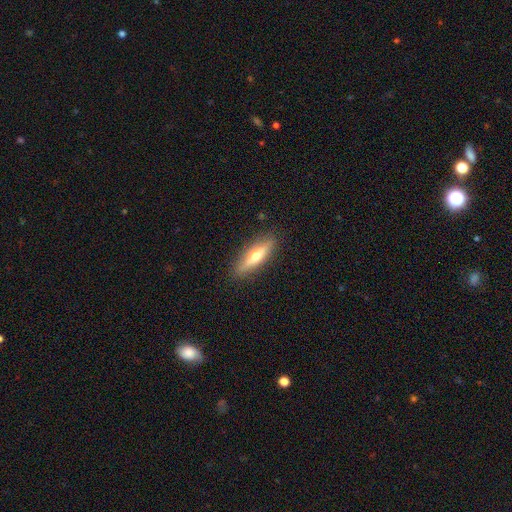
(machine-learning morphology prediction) The model was most divided on "smooth or featured": smooth: 51%, featured or disk: 43%, star or artifact: 6%. More confident: merging — none (88%); how rounded — cigar-shaped (72%).